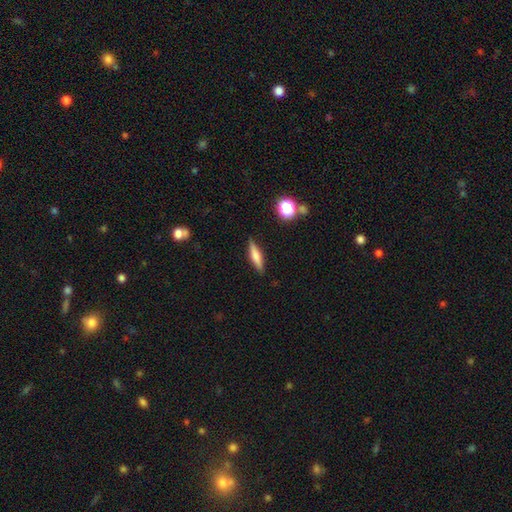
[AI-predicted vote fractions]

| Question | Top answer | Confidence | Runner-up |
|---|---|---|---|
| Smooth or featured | smooth | 59% | featured or disk (33%) |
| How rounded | cigar-shaped | 76% | in between (21%) |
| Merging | none | 87% | minor disturbance (9%) |